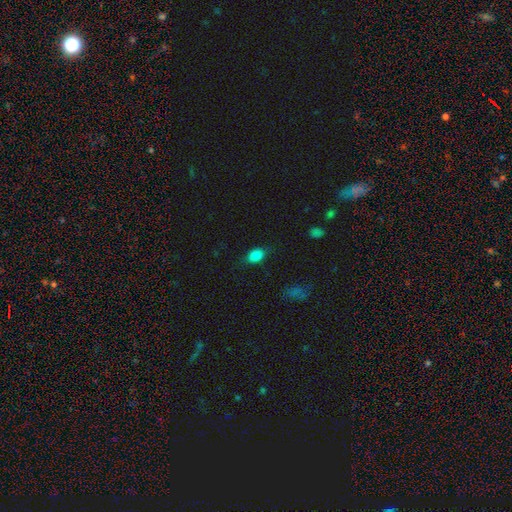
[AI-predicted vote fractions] The model was most divided on "merging": none: 77%, minor disturbance: 17%, major disturbance: 4%, merger: 1%. More confident: smooth or featured — smooth (84%); how rounded — in between (80%).